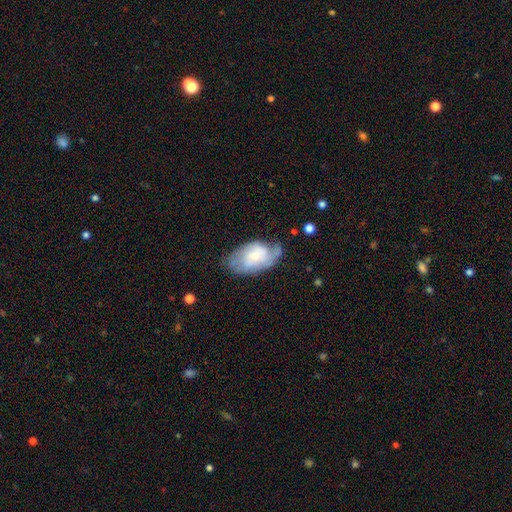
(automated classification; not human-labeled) Overall: featured or disk (61%; smooth 32%). Edge-on disk: no (96%). Bar: no (68%). Spiral arms: yes (82%). Bulge size: small (54%; moderate 34%). Merging: none (50%; minor disturbance 31%).